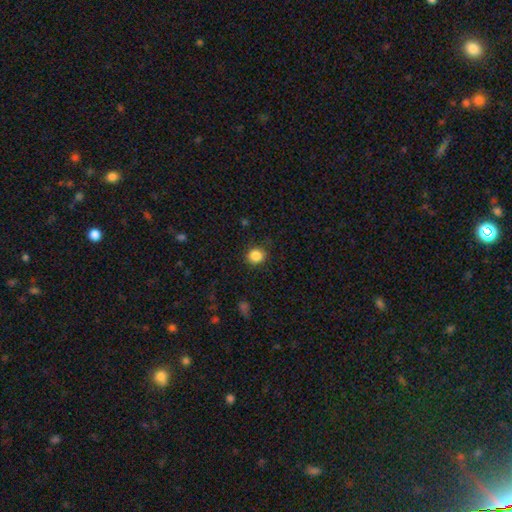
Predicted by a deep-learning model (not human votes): smooth_or_featured: smooth (p=0.86) [alt: star or artifact p=0.10]
how_rounded: round (p=0.87) [alt: in between p=0.12]
merging: none (p=0.87) [alt: minor disturbance p=0.09]